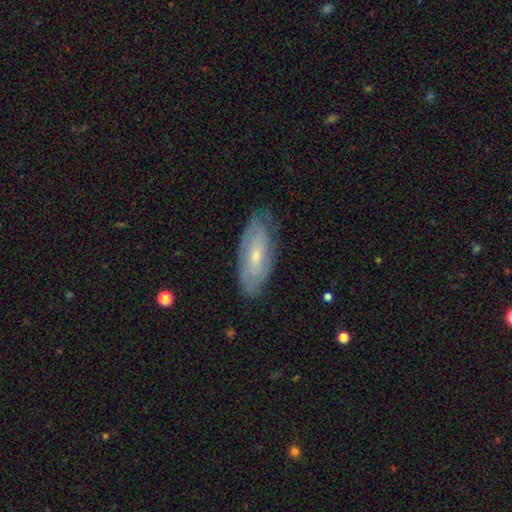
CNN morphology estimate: type=featured or disk (58%); edge-on=no (83%); merging=none (77%).